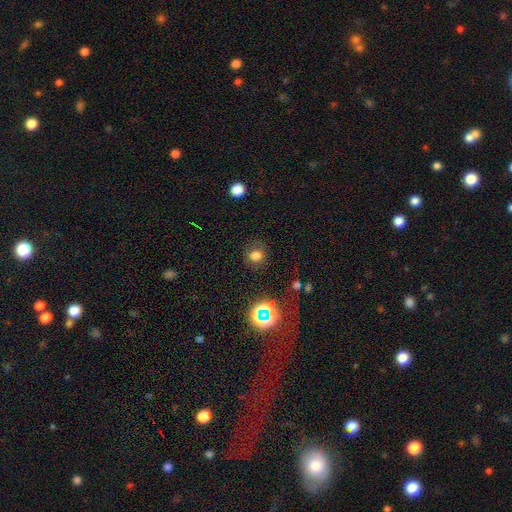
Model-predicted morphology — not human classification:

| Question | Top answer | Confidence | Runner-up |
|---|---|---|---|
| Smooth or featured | smooth | 72% | star or artifact (20%) |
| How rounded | round | 84% | in between (15%) |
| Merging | none | 80% | minor disturbance (12%) |